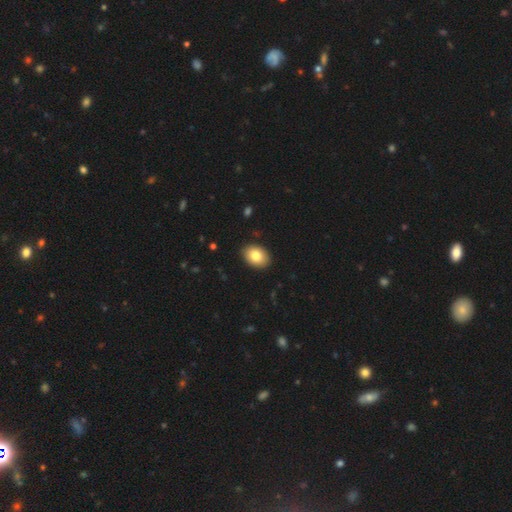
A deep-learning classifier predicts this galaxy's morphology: A smooth galaxy with no disk features (82%) that is in between round and cigar-shaped (79%).

Vote fractions:
- Smooth or featured? smooth: 82% / featured or disk: 11% / star or artifact: 7%
- How rounded? in between: 79% / round: 20% / cigar-shaped: 1%
- Merging? none: 90% / minor disturbance: 7% / major disturbance: 2% / merger: 1%